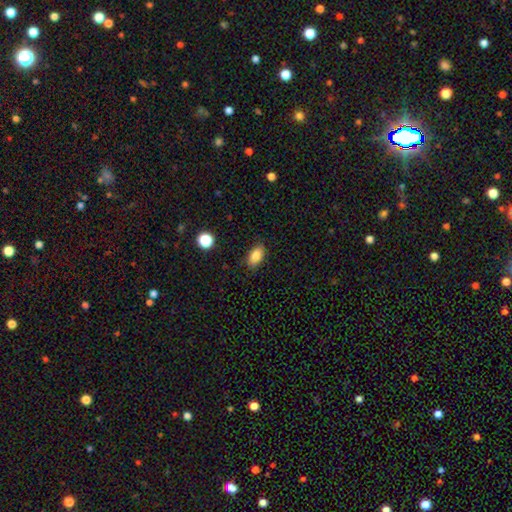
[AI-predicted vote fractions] This is clearly a smooth galaxy (85%). How rounded: clearly in between (90%). Merging: clearly none (86%).